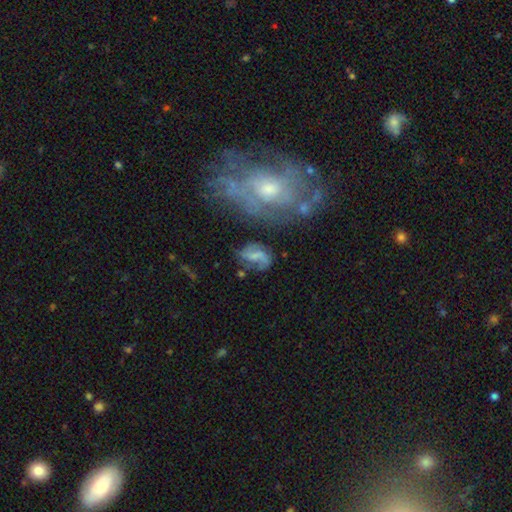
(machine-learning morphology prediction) A featured or disk galaxy (62%) with a weak bar (43%), spiral arms (81%) and no central bulge (49%). Merging: none (45%).